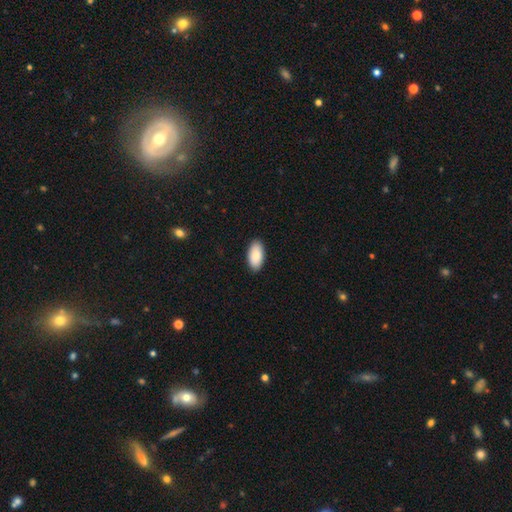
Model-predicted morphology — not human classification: Smooth or featured?
  - smooth: 89% *
  - star or artifact: 5%
  - featured or disk: 5%
How rounded?
  - in between: 95% *
  - cigar-shaped: 3%
  - round: 2%
Merging?
  - none: 90% *
  - minor disturbance: 8%
  - major disturbance: 2%
  - merger: 1%